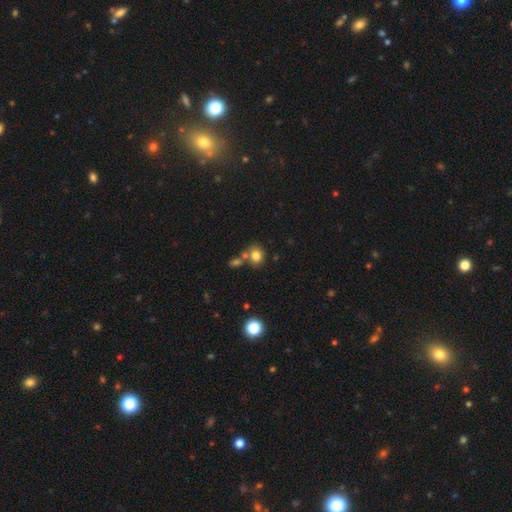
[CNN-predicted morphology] smooth 79%, star or artifact 12%, featured or disk 9%. Down the decision tree: how rounded — round (63%); merging — none (59%).